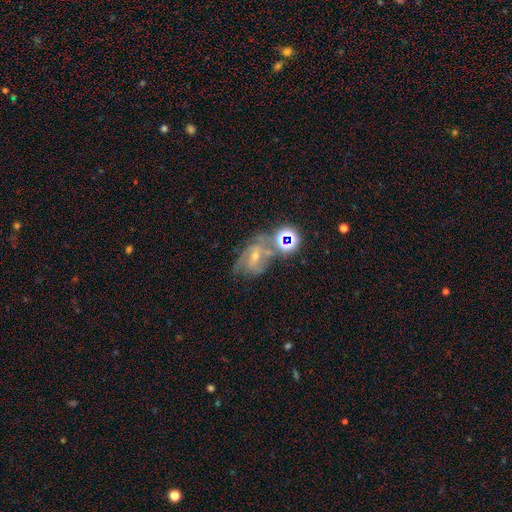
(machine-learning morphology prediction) Smooth or featured? Predicted: featured or disk (p=0.55). Edge-on disk? Predicted: no (p=0.96). Bar? Predicted: no (p=0.46). Spiral arms? Predicted: yes (p=0.79). Bulge size? Predicted: small (p=0.57). Merging? Predicted: none (p=0.41).